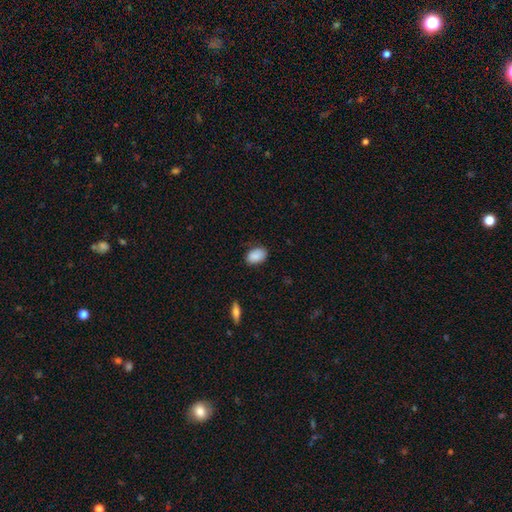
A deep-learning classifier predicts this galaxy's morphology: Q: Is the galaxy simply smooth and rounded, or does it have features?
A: smooth — 88%.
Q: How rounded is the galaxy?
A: in between — 88%.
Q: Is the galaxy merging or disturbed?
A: none — 77%.